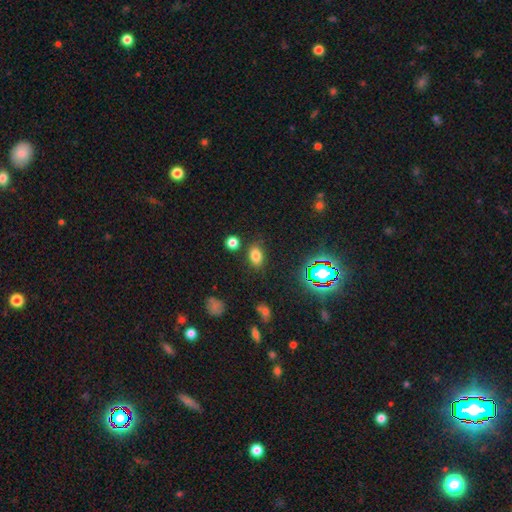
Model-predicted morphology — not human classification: Overall: smooth (76%). How rounded: in between (80%). Merging: none (80%).